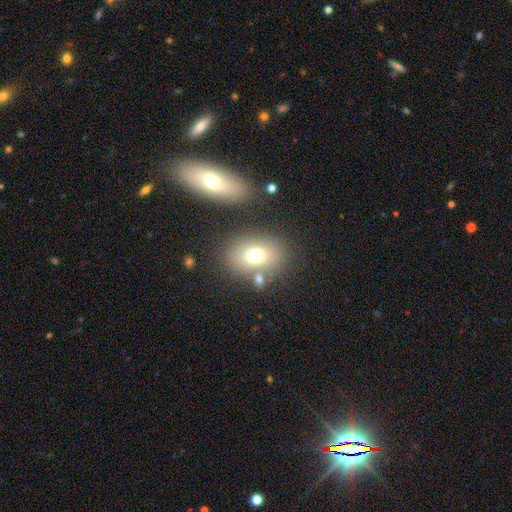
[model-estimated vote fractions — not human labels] Overall: smooth (72%). How rounded: in between (67%; round 32%). Merging: none (69%).